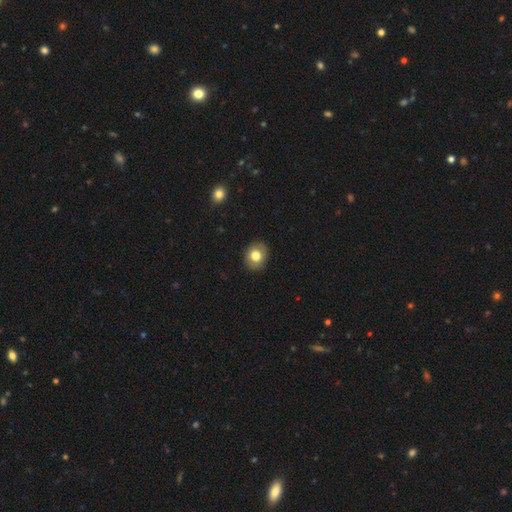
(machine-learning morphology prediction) Overall: smooth (78%). How rounded: round (59%; in between 41%). Merging: none (88%).